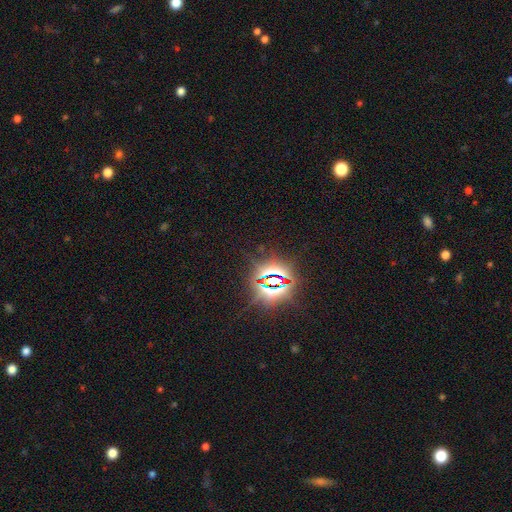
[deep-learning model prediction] Overall: star or artifact (86%).